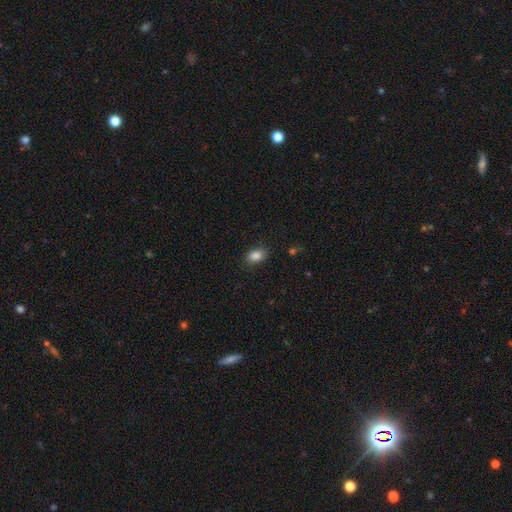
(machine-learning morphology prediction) Smooth or featured? smooth (86%)
How rounded? in between (85%)
Merging? none (85%)